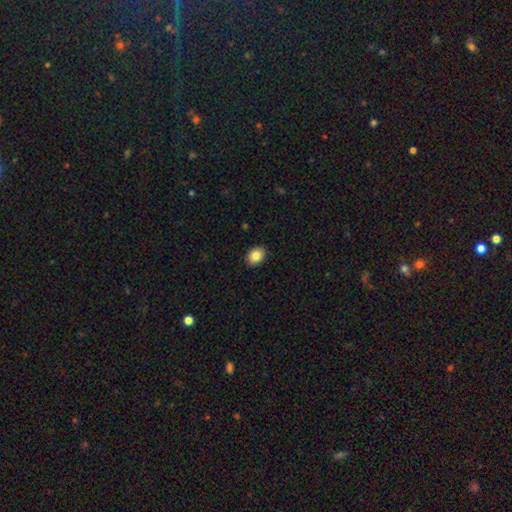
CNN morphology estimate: smooth-or-featured: smooth: 84% | star or artifact: 8% | featured or disk: 7%
  how-rounded: in between: 57% | round: 42% | cigar-shaped: 1%
  merging: none: 91% | minor disturbance: 7% | major disturbance: 2% | merger: 1%